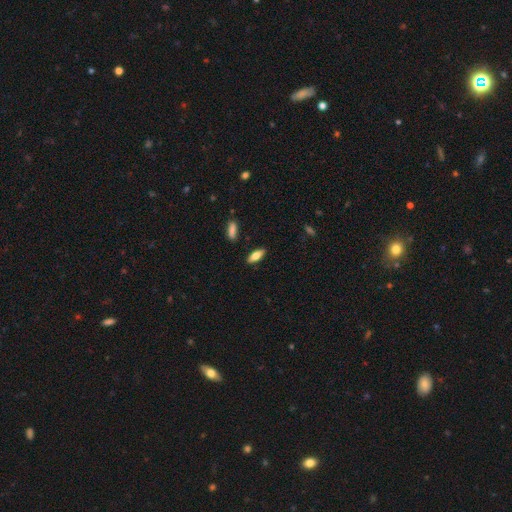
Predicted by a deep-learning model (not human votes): Smooth or featured?
  - smooth: 73% *
  - featured or disk: 21%
  - star or artifact: 7%
How rounded?
  - in between: 64% *
  - cigar-shaped: 33%
  - round: 2%
Merging?
  - none: 87% *
  - minor disturbance: 9%
  - major disturbance: 2%
  - merger: 2%